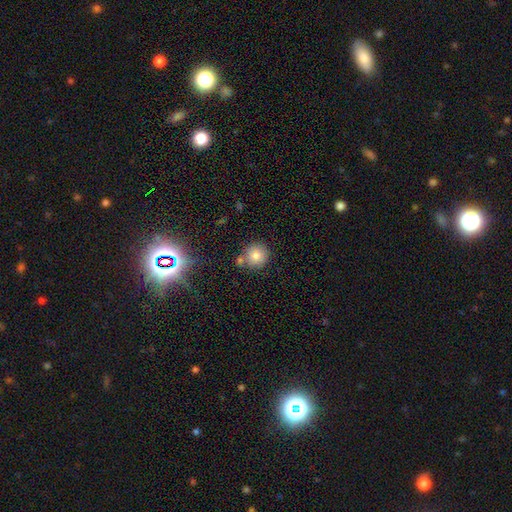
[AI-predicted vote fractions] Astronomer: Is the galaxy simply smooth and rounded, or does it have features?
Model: smooth — 81%.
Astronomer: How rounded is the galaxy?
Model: round — 92%.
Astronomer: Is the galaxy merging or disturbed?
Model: none — 70%.